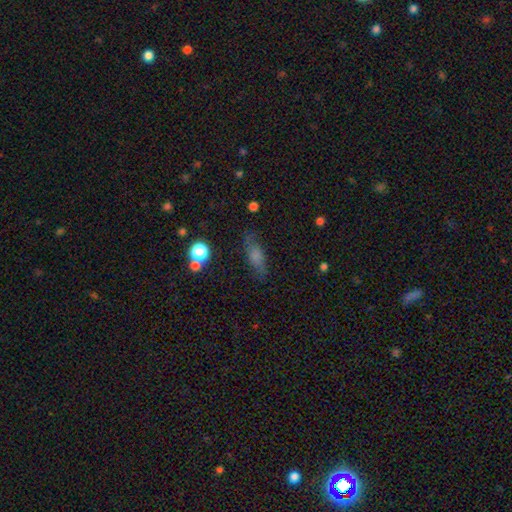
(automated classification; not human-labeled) smooth-or-featured: smooth: 66% | featured or disk: 22% | star or artifact: 12%
  how-rounded: in between: 59% | cigar-shaped: 34% | round: 7%
  merging: none: 72% | minor disturbance: 19% | major disturbance: 7% | merger: 3%